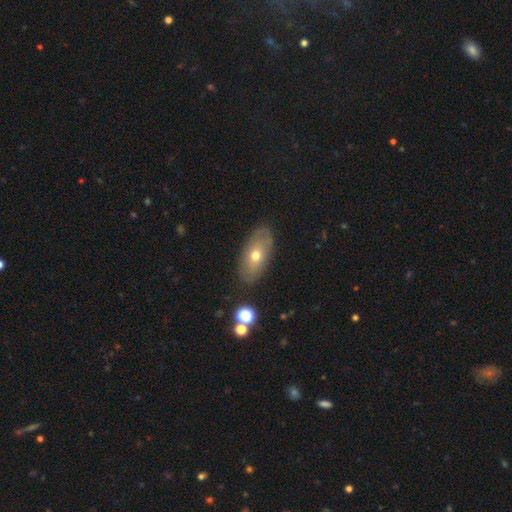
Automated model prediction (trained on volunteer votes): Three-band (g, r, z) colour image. It shows a smooth galaxy with no disk features (60%) that is in between round and cigar-shaped (88%). Merging: none (83%).